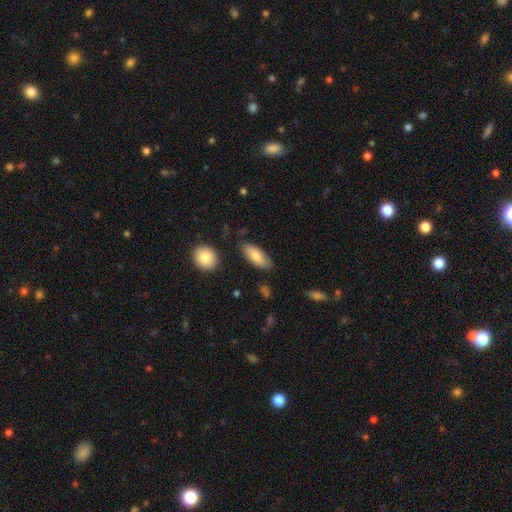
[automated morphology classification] smooth 80%, featured or disk 14%, star or artifact 6%. Down the decision tree: how rounded — in between (85%); merging — none (78%).